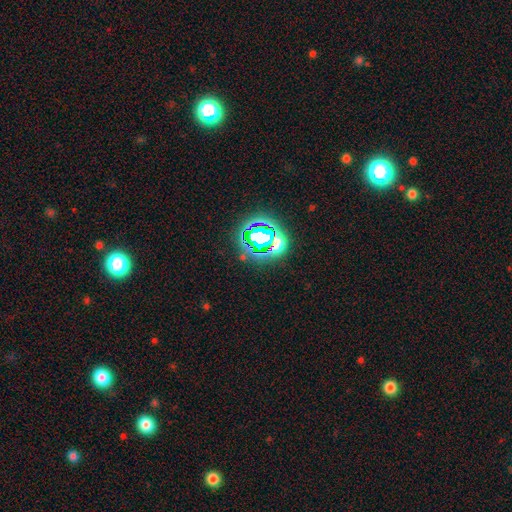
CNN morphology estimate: smooth-or-featured: star or artifact: 77% | smooth: 15% | featured or disk: 8%